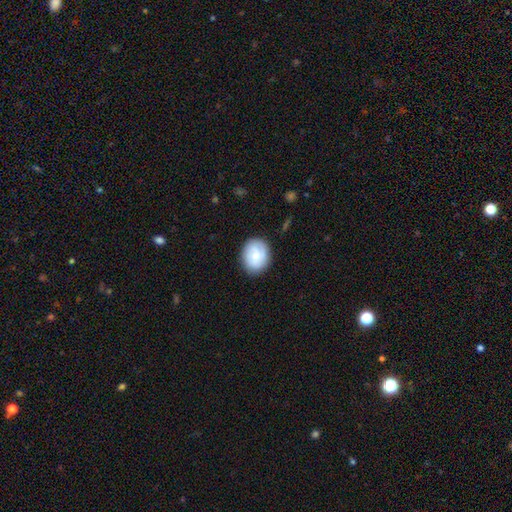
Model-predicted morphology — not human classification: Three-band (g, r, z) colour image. It shows a smooth galaxy with no disk features (60%) that is round (58%). Merging: none (82%).